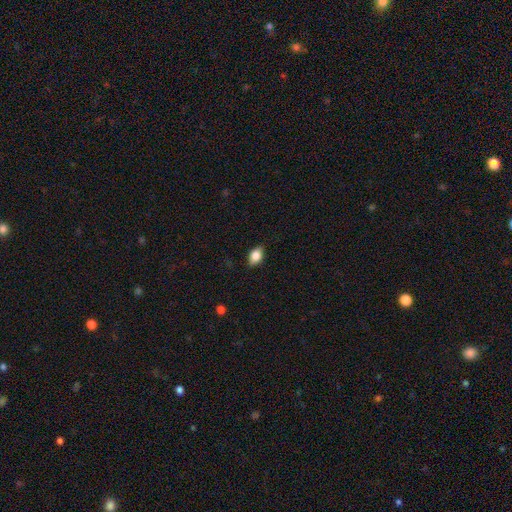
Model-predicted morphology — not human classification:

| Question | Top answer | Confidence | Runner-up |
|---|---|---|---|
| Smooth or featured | smooth | 83% | featured or disk (9%) |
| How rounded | in between | 84% | round (14%) |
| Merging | none | 84% | minor disturbance (12%) |